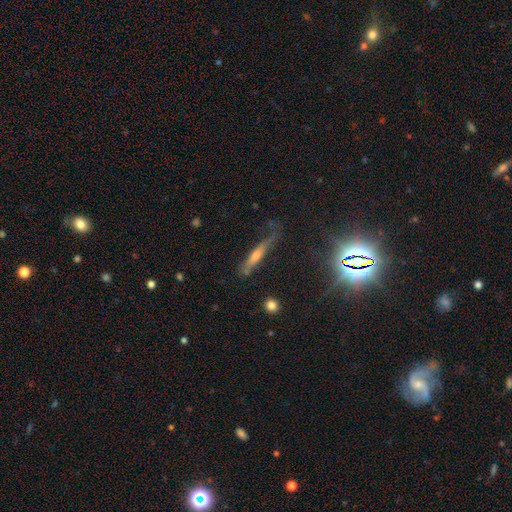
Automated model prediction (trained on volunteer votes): Overall: featured or disk (47%; smooth 37%). Merging: none (62%; minor disturbance 25%).